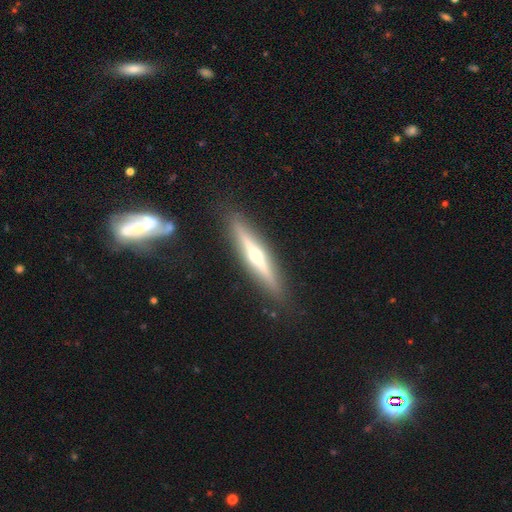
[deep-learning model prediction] Overall: featured or disk (71%). Edge-on disk: yes (97%). Edge-on bulge: rounded (89%). Merging: none (88%).